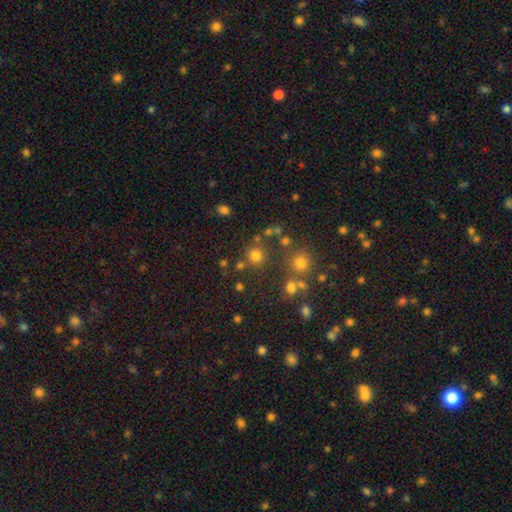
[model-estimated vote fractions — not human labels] A smooth galaxy with no disk features (74%) that is round (91%).

Vote fractions:
- Smooth or featured? smooth: 74% / star or artifact: 19% / featured or disk: 7%
- How rounded? round: 91% / in between: 8% / cigar-shaped: 1%
- Merging? none: 75% / merger: 11% / minor disturbance: 9% / major disturbance: 4%